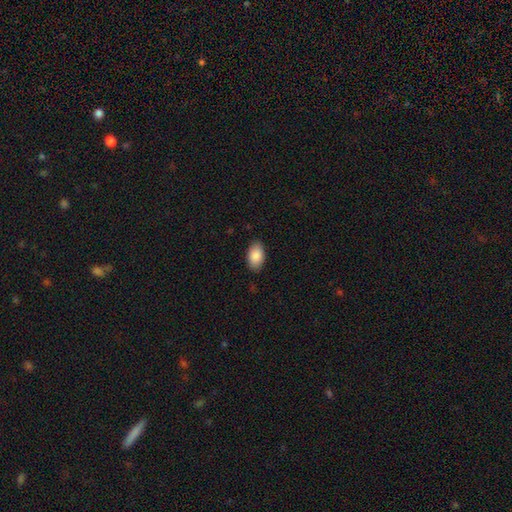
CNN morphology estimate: The model was most divided on "merging": none: 87%, minor disturbance: 10%, major disturbance: 2%, merger: 1%. More confident: how rounded — in between (94%); smooth or featured — smooth (89%).